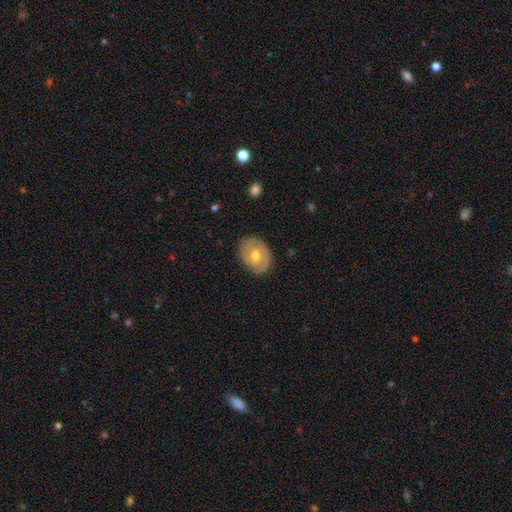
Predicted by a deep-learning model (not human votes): smooth_or_featured: featured or disk (p=0.58) [alt: smooth p=0.36]
disk_edge_on: no (p=0.95) [alt: yes p=0.05]
bar: no (p=0.61) [alt: weak p=0.32]
has_spiral_arms: yes (p=0.69) [alt: no p=0.31]
bulge_size: moderate (p=0.70) [alt: small p=0.25]
merging: none (p=0.80) [alt: minor disturbance p=0.16]